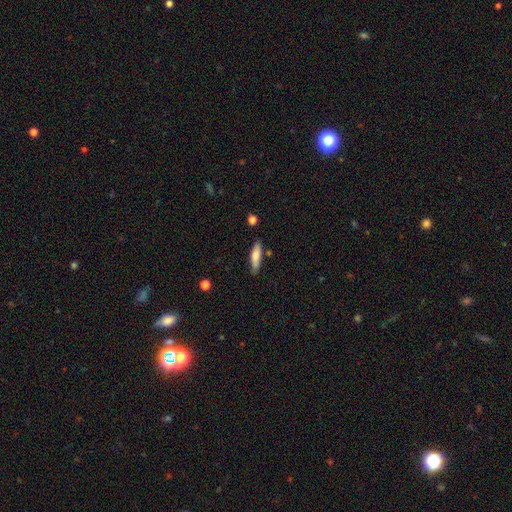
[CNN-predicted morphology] type=smooth (72%); roundness=cigar-shaped (71%); merging=none (81%).